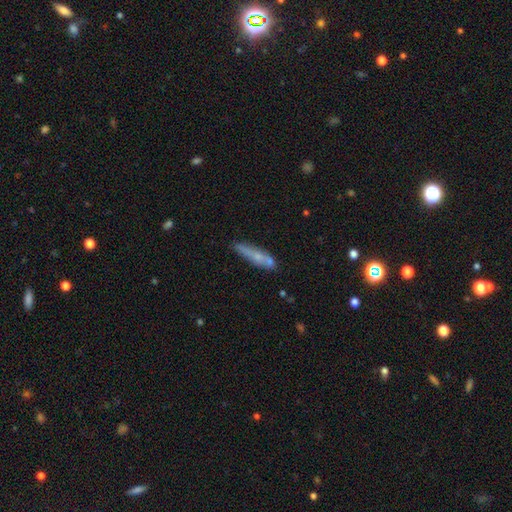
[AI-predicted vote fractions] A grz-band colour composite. It shows a smooth galaxy with no disk features (59%) that is cigar-shaped (83%). Merging: none (65%).